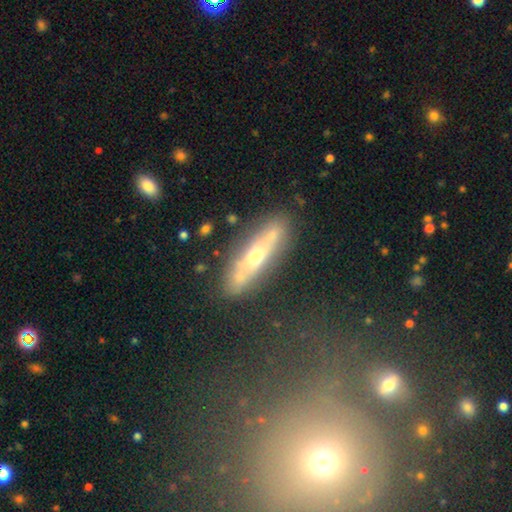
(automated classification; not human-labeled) This appears to be a featured or disk galaxy (62%) viewed edge-on (57%). Merging: none (79%).